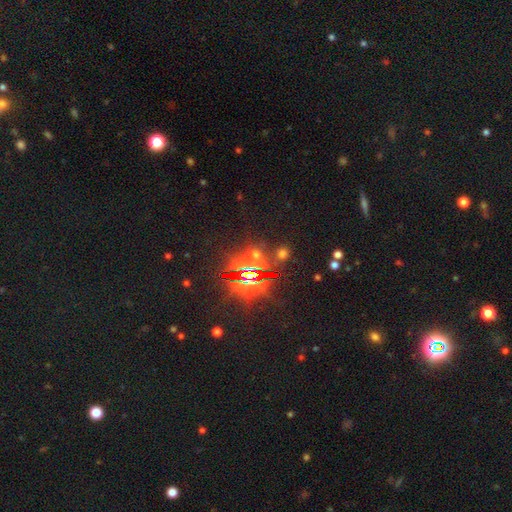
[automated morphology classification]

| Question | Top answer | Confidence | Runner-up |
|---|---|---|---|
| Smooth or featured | star or artifact | 70% | smooth (22%) |